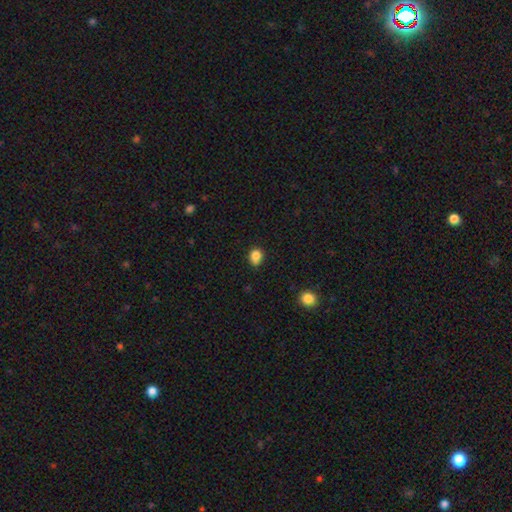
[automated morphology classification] This is clearly a smooth galaxy (84%). How rounded: possibly round (59%). Merging: likely none (63%).